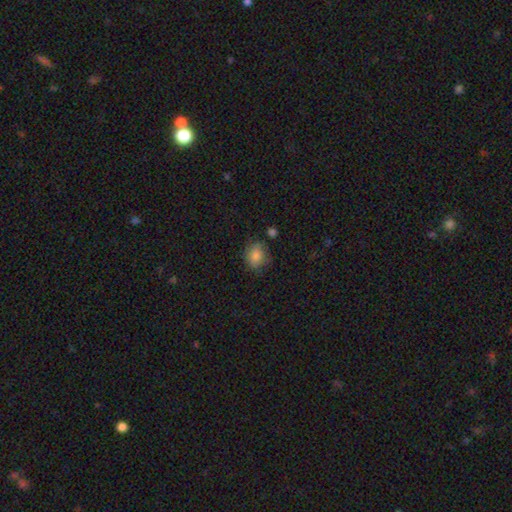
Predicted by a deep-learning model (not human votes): Q: Smooth or featured?
A: smooth (84%); runner-up: star or artifact (9%)
Q: How rounded?
A: round (54%); runner-up: in between (44%)
Q: Merging?
A: none (73%); runner-up: minor disturbance (19%)